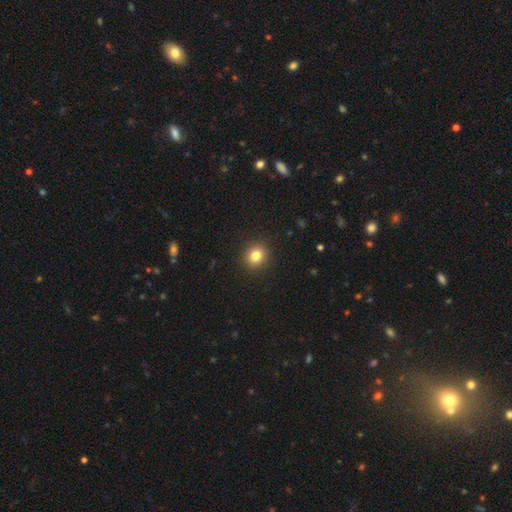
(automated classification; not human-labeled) Q: Smooth or featured?
A: smooth (82%); runner-up: star or artifact (11%)
Q: How rounded?
A: round (79%); runner-up: in between (20%)
Q: Merging?
A: none (91%); runner-up: minor disturbance (6%)